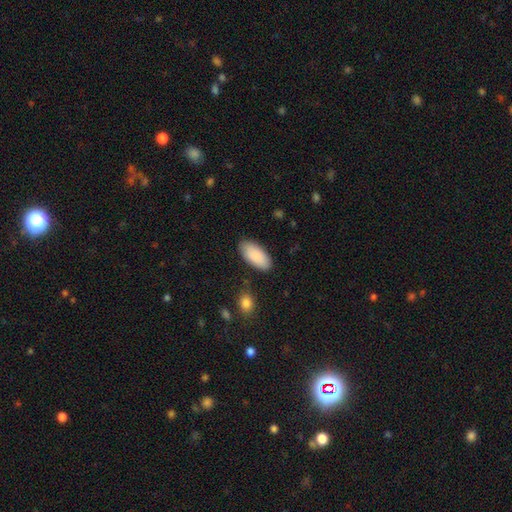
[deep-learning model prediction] Smooth or featured? Predicted: smooth (p=0.89). How rounded? Predicted: in between (p=0.93). Merging? Predicted: none (p=0.85).